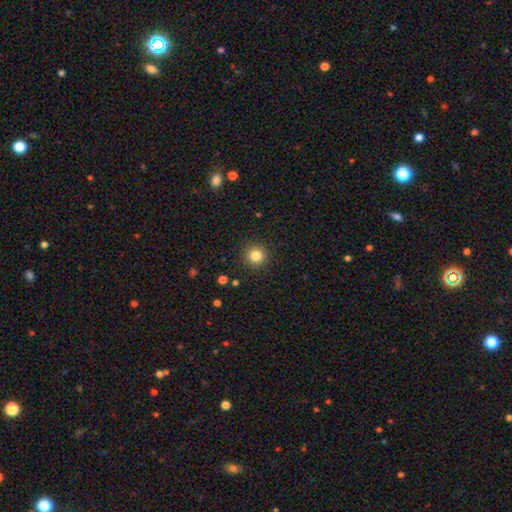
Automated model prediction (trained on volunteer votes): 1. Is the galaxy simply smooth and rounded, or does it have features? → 84% smooth, 11% star or artifact, 5% featured or disk.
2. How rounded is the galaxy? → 95% round, 4% in between, 1% cigar-shaped.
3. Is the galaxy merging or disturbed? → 91% none, 6% minor disturbance, 2% major disturbance, 1% merger.